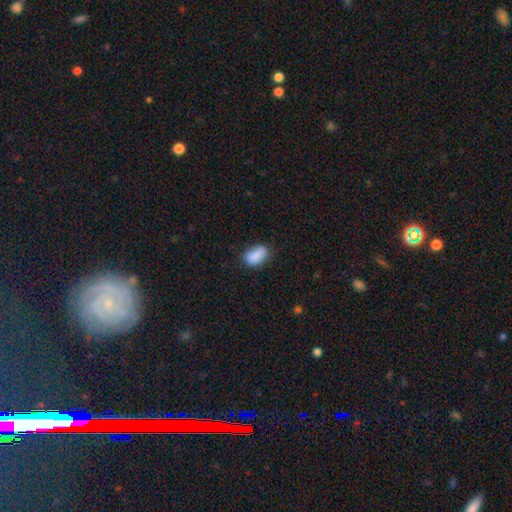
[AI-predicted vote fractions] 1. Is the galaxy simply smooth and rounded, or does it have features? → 86% smooth, 8% star or artifact, 6% featured or disk.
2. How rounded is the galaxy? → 89% in between, 8% round, 3% cigar-shaped.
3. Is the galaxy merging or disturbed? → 67% none, 25% minor disturbance, 5% major disturbance, 3% merger.